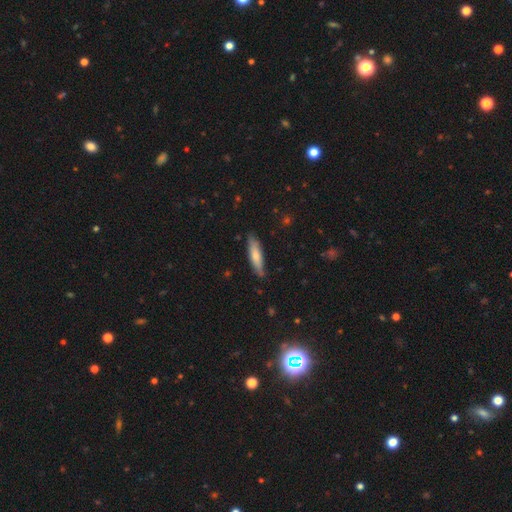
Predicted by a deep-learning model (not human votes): A smooth galaxy with no disk features (70%) that is cigar-shaped (71%). Merging: none (81%).